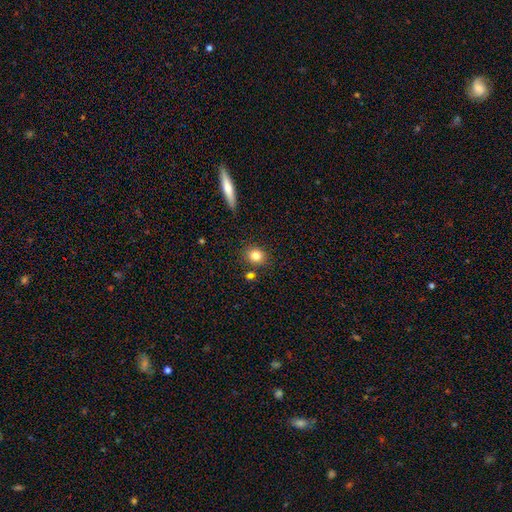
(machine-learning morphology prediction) smooth_or_featured: smooth (p=0.81) [alt: star or artifact p=0.11]
how_rounded: round (p=0.74) [alt: in between p=0.25]
merging: none (p=0.82) [alt: minor disturbance p=0.09]